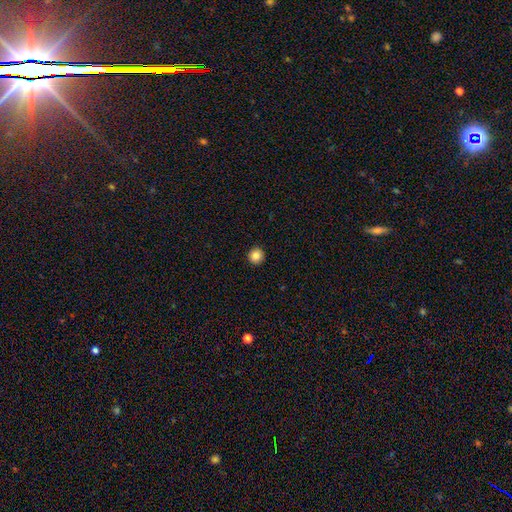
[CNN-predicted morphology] Smooth or featured? smooth (85%)
How rounded? round (95%)
Merging? none (93%)